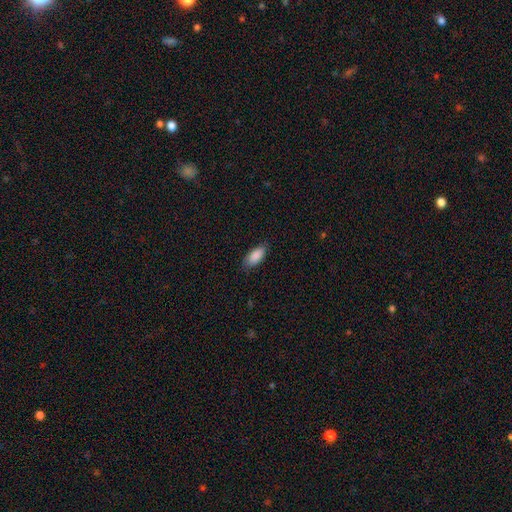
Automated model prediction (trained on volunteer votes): Smooth or featured? Predicted: smooth (p=0.89). How rounded? Predicted: in between (p=0.88). Merging? Predicted: none (p=0.82).